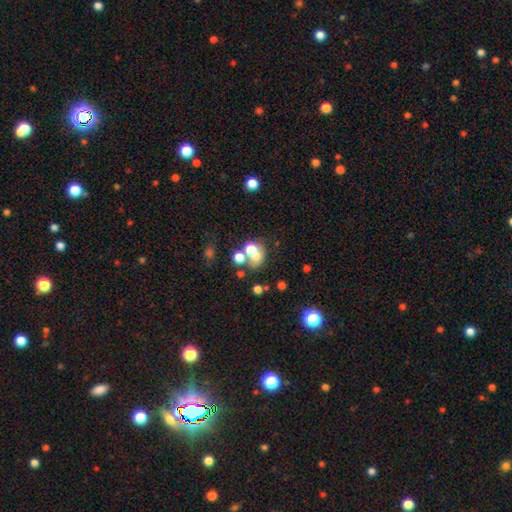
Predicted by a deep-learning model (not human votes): Overall: smooth (58%; featured or disk 21%). How rounded: round (67%; in between 32%). Merging: merger (46%; none 37%).